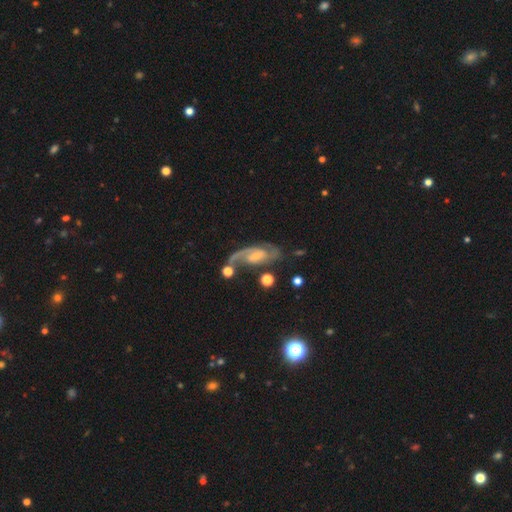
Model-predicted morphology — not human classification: smooth_or_featured: featured or disk (p=0.86) [alt: smooth p=0.08]
disk_edge_on: no (p=0.96) [alt: yes p=0.04]
bar: no (p=0.43) [tied with: weak p=0.43]
has_spiral_arms: yes (p=0.96) [alt: no p=0.04]
spiral_winding: medium (p=0.50) [alt: loose p=0.25]
spiral_arm_count: 2 (p=0.74) [alt: 1 p=0.14]
bulge_size: small (p=0.61) [alt: moderate p=0.28]
merging: none (p=0.55) [alt: minor disturbance p=0.19]